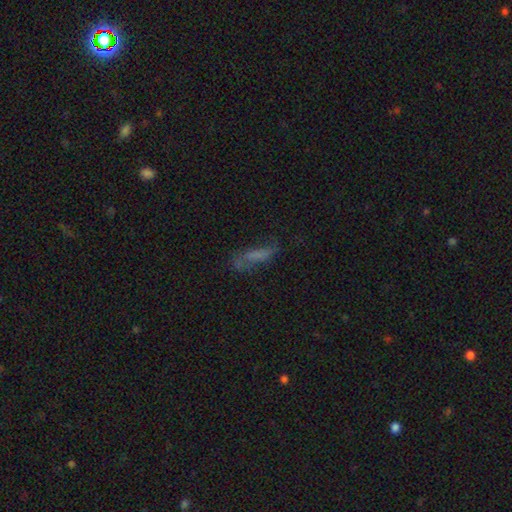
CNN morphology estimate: smooth 49%, featured or disk 35%, star or artifact 17%. Down the decision tree: merging — none (48%).